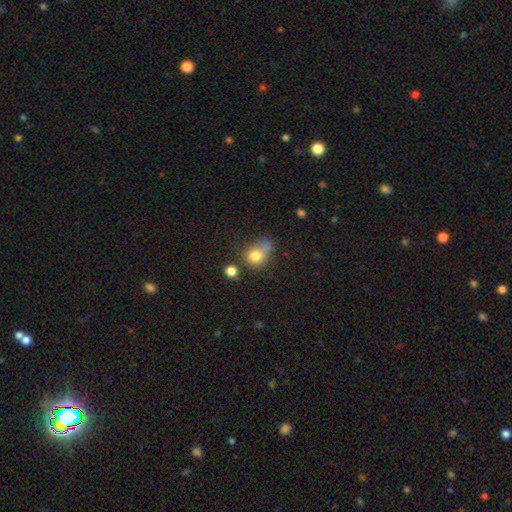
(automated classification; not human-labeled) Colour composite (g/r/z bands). It shows a smooth galaxy with no disk features (76%) that is round (58%). Merging: none (32%).